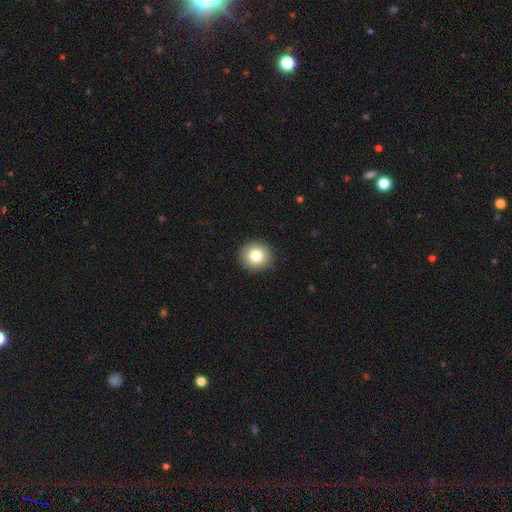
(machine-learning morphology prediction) A smooth galaxy with no disk features (80%) that is round (92%).

Vote fractions:
- Smooth or featured? smooth: 80% / featured or disk: 10% / star or artifact: 10%
- How rounded? round: 92% / in between: 7% / cigar-shaped: 1%
- Merging? none: 91% / minor disturbance: 6% / major disturbance: 2% / merger: 1%